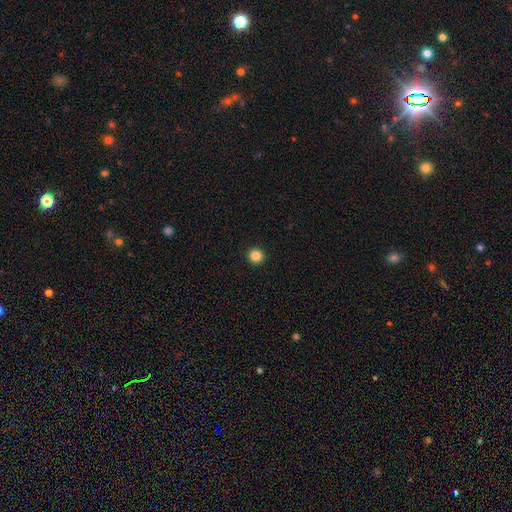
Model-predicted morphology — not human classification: Overall: smooth (86%). How rounded: round (96%). Merging: none (94%).